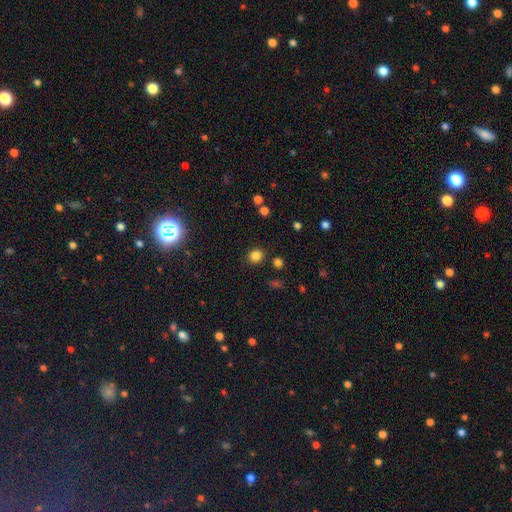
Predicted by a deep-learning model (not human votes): This is clearly a smooth galaxy (83%). How rounded: clearly round (81%). Merging: clearly none (87%).